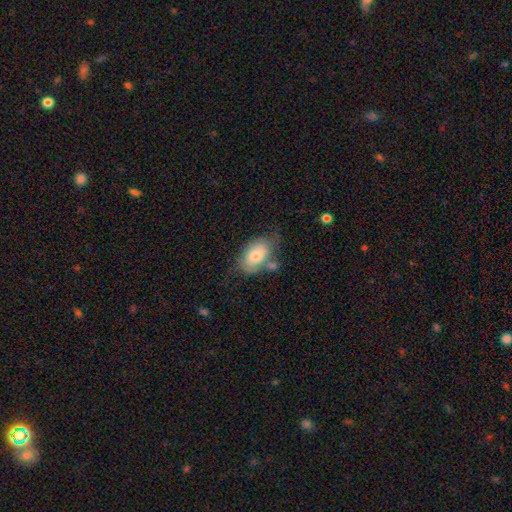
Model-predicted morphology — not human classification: A smooth galaxy with no disk features (68%) that is in between round and cigar-shaped (90%).

Vote fractions:
- Smooth or featured? smooth: 68% / featured or disk: 25% / star or artifact: 7%
- How rounded? in between: 90% / round: 8% / cigar-shaped: 2%
- Merging? none: 47% / minor disturbance: 26% / merger: 15% / major disturbance: 12%